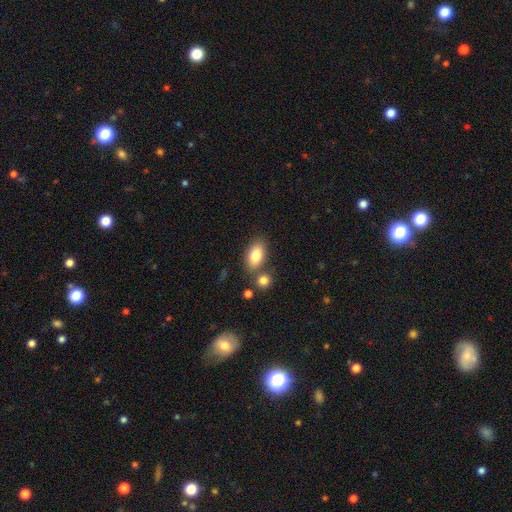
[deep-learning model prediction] This is clearly a smooth galaxy (82%). How rounded: clearly in between (90%). Merging: likely none (68%).